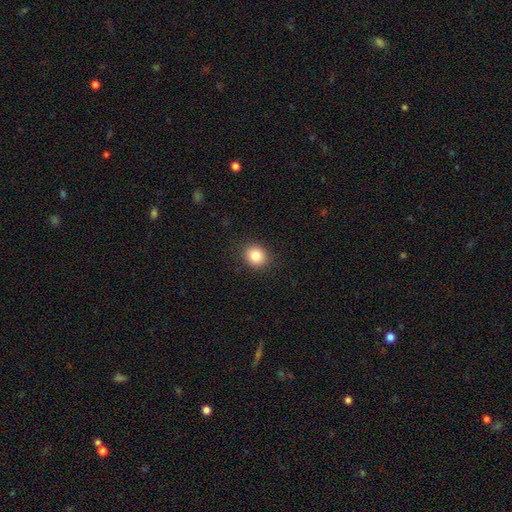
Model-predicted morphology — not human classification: The model was most divided on "how rounded": round: 77%, in between: 22%, cigar-shaped: 1%. More confident: merging — none (90%); smooth or featured — smooth (84%).